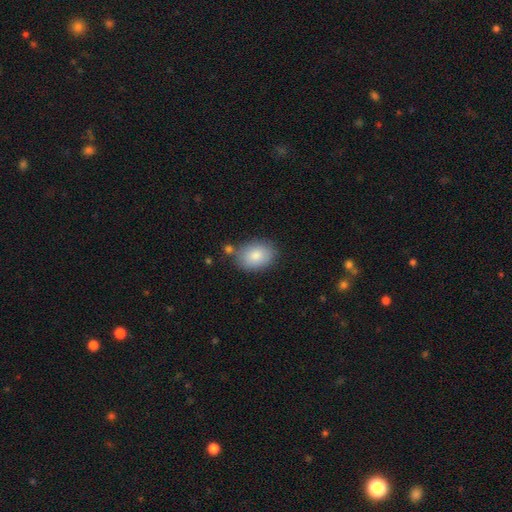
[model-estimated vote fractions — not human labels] This appears to be a smooth galaxy with no disk features (85%) that is in between round and cigar-shaped (77%). Merging: none (74%).